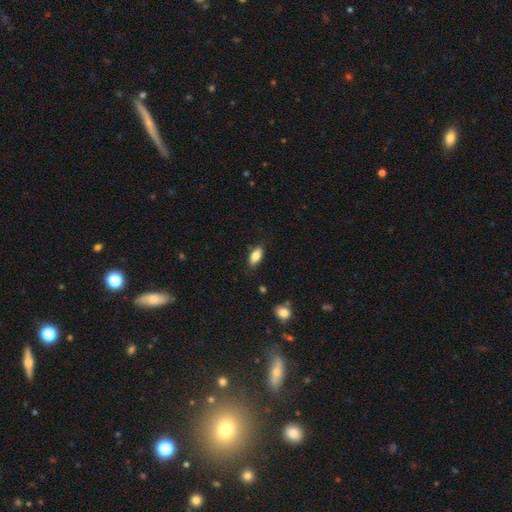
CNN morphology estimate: Smooth or featured? Predicted: smooth (p=0.83). How rounded? Predicted: in between (p=0.88). Merging? Predicted: none (p=0.82).